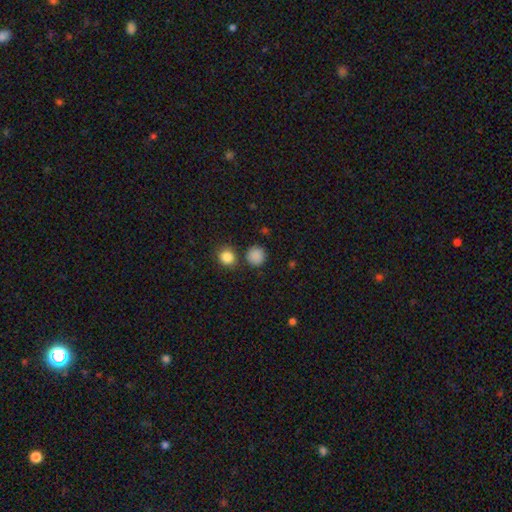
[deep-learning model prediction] smooth 85%, star or artifact 11%, featured or disk 4%. Down the decision tree: how rounded — round (90%); merging — none (80%).